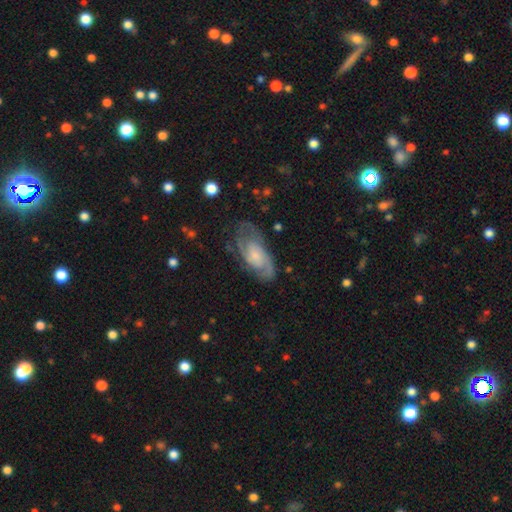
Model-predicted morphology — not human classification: Smooth or featured? featured or disk (79%)
Edge-on disk? no (95%)
Bar? no (61%)
Spiral arms? yes (95%)
Spiral winding? medium (44%, tied with tight)
Spiral arm count? 2 (63%)
Bulge size? small (48%)
Merging? none (68%)